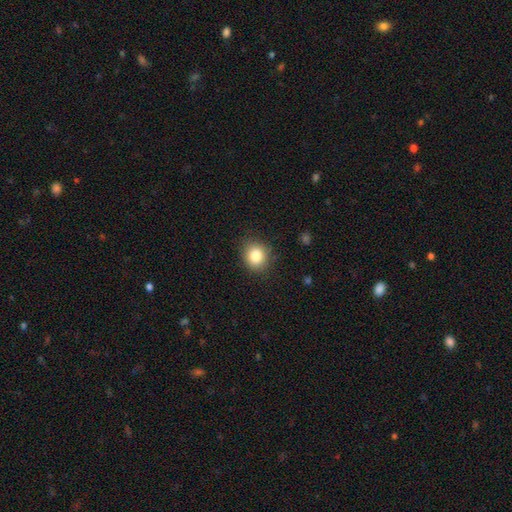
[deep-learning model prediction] Smooth or featured?
  - smooth: 82% *
  - star or artifact: 11%
  - featured or disk: 7%
How rounded?
  - round: 79% *
  - in between: 20%
  - cigar-shaped: 1%
Merging?
  - none: 86% *
  - minor disturbance: 10%
  - major disturbance: 3%
  - merger: 1%